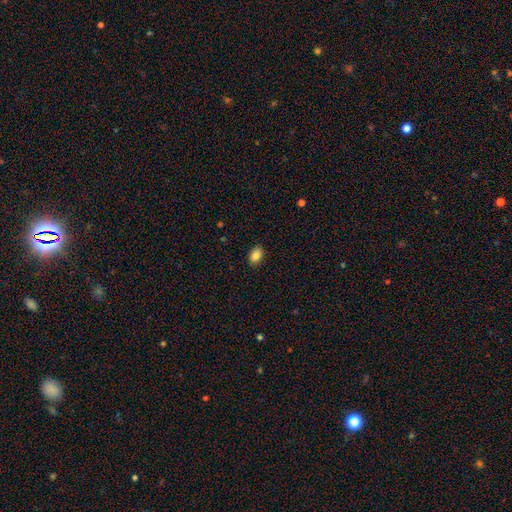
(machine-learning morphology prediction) Overall: smooth (87%). How rounded: in between (82%). Merging: none (87%).